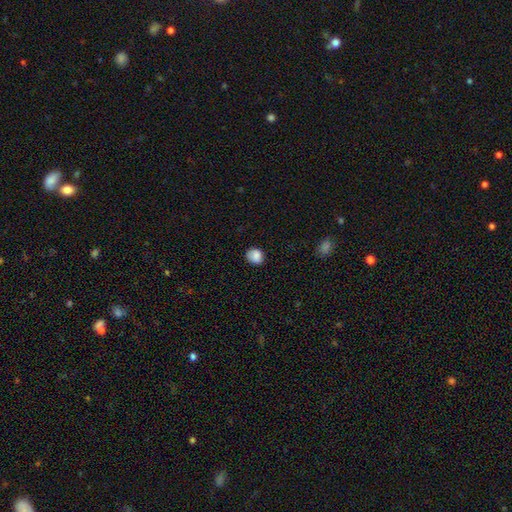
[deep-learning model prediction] smooth 86%, star or artifact 9%, featured or disk 5%. Down the decision tree: how rounded — round (71%); merging — none (79%).